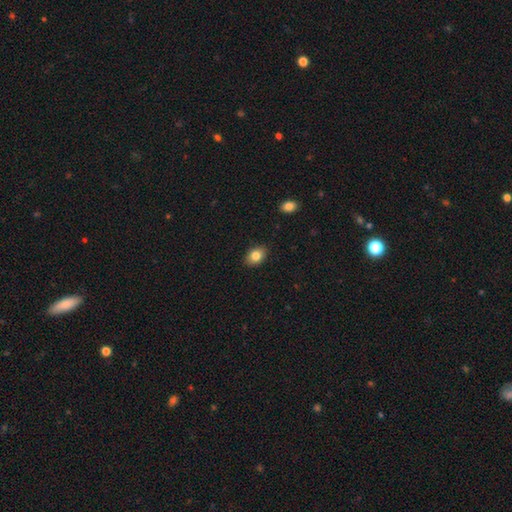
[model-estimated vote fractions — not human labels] Q: Smooth or featured?
A: smooth (82%); runner-up: featured or disk (9%)
Q: How rounded?
A: in between (77%); runner-up: round (22%)
Q: Merging?
A: none (87%); runner-up: minor disturbance (10%)